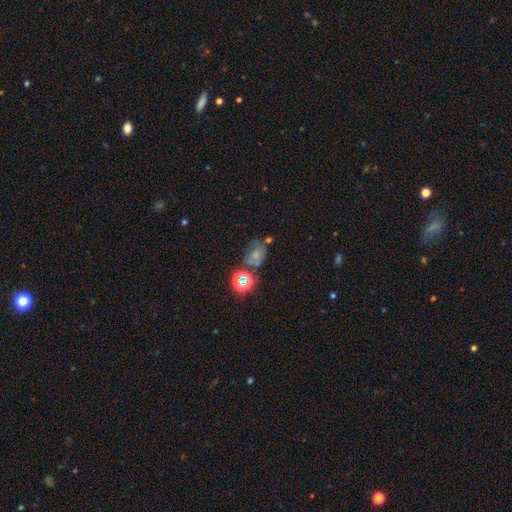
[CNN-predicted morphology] type=smooth (47%); merging=none (41%).